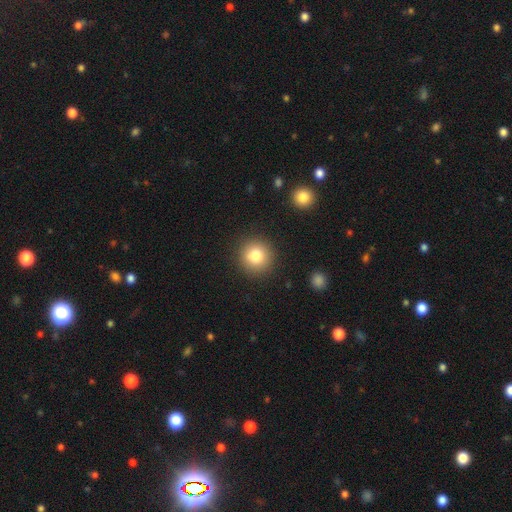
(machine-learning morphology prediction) Smooth or featured?
  - smooth: 81% *
  - star or artifact: 11%
  - featured or disk: 8%
How rounded?
  - round: 93% *
  - in between: 6%
  - cigar-shaped: 1%
Merging?
  - none: 89% *
  - minor disturbance: 7%
  - major disturbance: 3%
  - merger: 2%